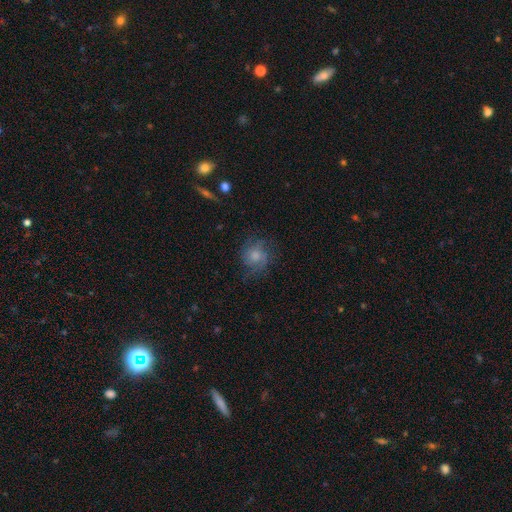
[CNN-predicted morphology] smooth 47%, featured or disk 43%, star or artifact 10%. Down the decision tree: merging — none (62%).